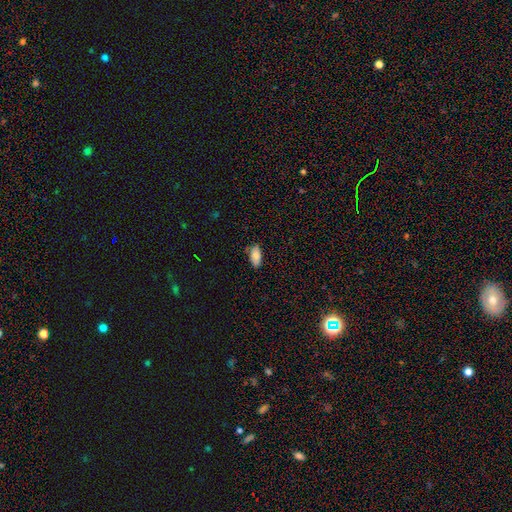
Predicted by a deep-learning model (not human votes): The model was most divided on "merging": none: 78%, minor disturbance: 18%, major disturbance: 3%, merger: 2%. More confident: how rounded — in between (90%); smooth or featured — smooth (82%).